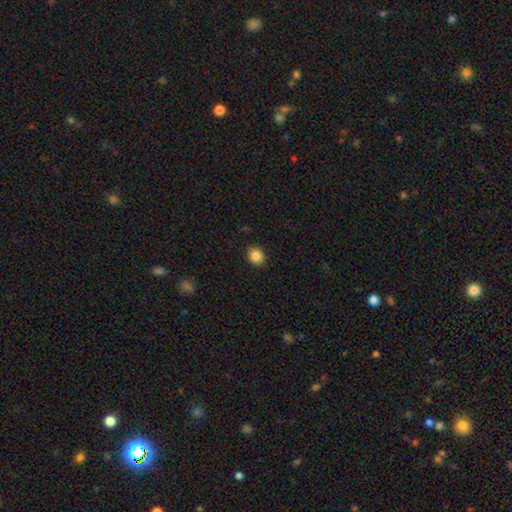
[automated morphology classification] type=smooth (85%); roundness=round (65%); merging=none (90%).